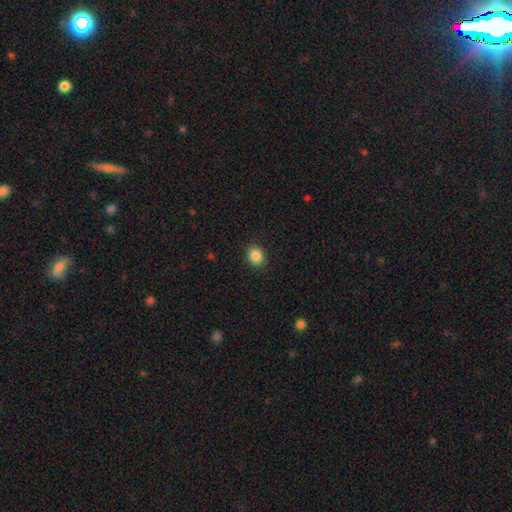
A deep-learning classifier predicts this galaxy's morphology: Overall: smooth (86%). How rounded: round (67%; in between 32%). Merging: none (90%).